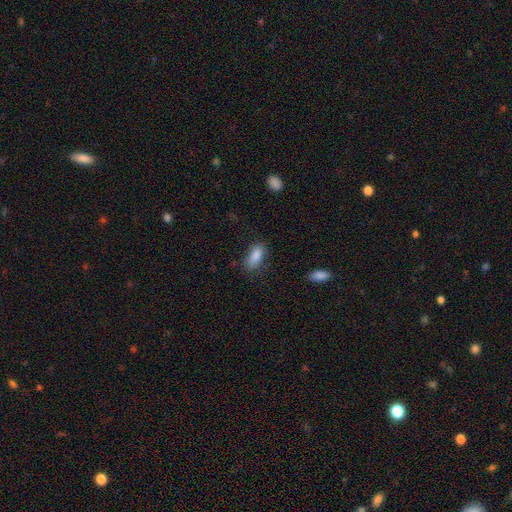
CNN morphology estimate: Q: Smooth or featured?
A: smooth (86%); runner-up: star or artifact (8%)
Q: How rounded?
A: in between (83%); runner-up: cigar-shaped (14%)
Q: Merging?
A: none (75%); runner-up: minor disturbance (18%)